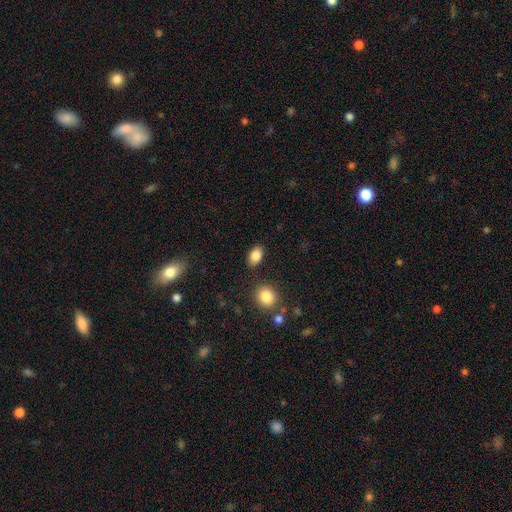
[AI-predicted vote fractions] A smooth galaxy with no disk features (85%) that is in between round and cigar-shaped (88%).

Vote fractions:
- Smooth or featured? smooth: 85% / star or artifact: 8% / featured or disk: 7%
- How rounded? in between: 88% / round: 11% / cigar-shaped: 2%
- Merging? none: 84% / minor disturbance: 10% / merger: 3% / major disturbance: 3%